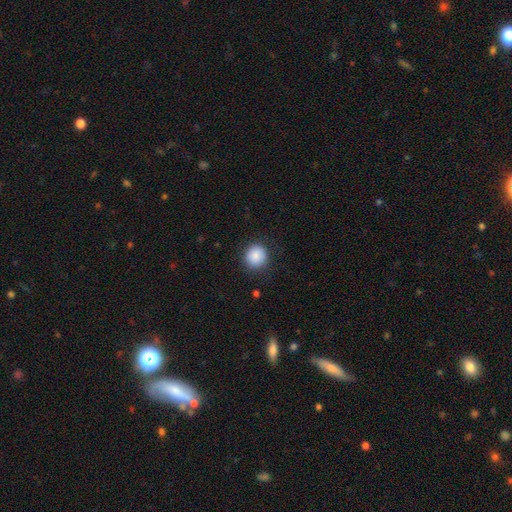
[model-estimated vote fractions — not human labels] Smooth or featured? smooth (87%)
How rounded? round (92%)
Merging? none (88%)